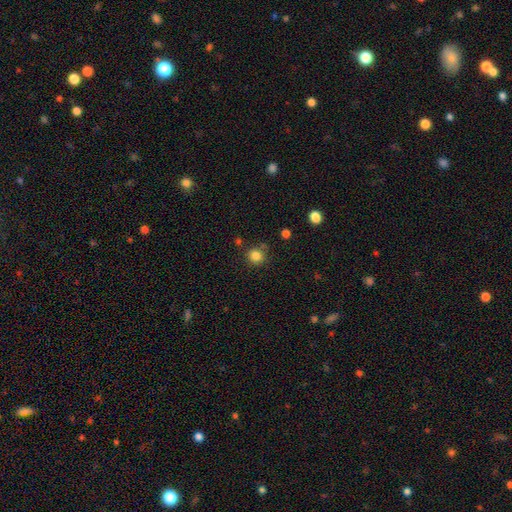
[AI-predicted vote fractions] Morphology: type=smooth (83%); roundness=round (91%); merging=none (82%).